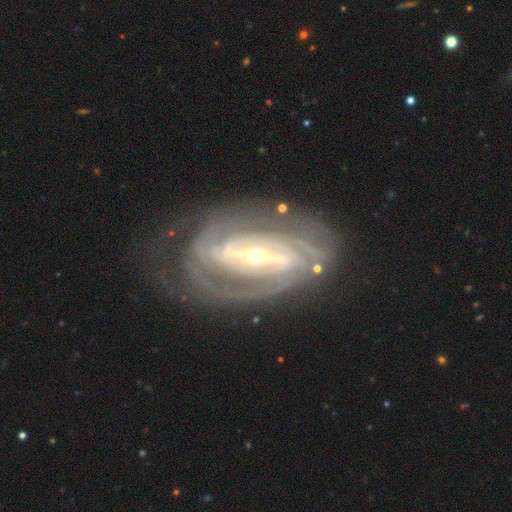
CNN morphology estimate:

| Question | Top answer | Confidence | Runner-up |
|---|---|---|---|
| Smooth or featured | featured or disk | 89% | smooth (6%) |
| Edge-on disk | no | 93% | yes (7%) |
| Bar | strong | 63% | weak (24%) |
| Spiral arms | yes | 93% | no (7%) |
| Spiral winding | tight | 66% | medium (27%) |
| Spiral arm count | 2 | 38% | can't tell (30%) |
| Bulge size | small | 59% | moderate (37%) |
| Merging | none | 69% | minor disturbance (18%) |